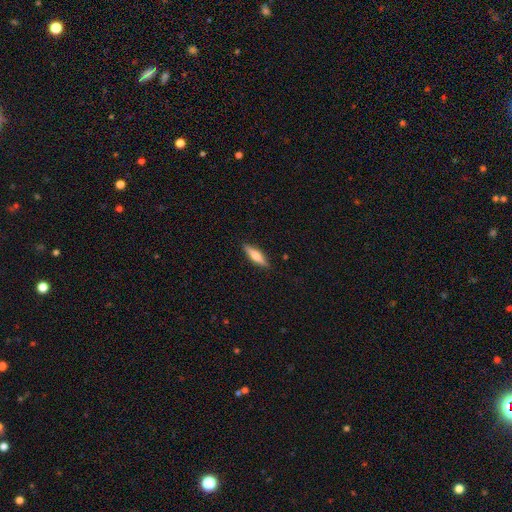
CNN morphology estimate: Smooth or featured? Predicted: smooth (p=0.54). How rounded? Predicted: cigar-shaped (p=0.70). Merging? Predicted: none (p=0.89).